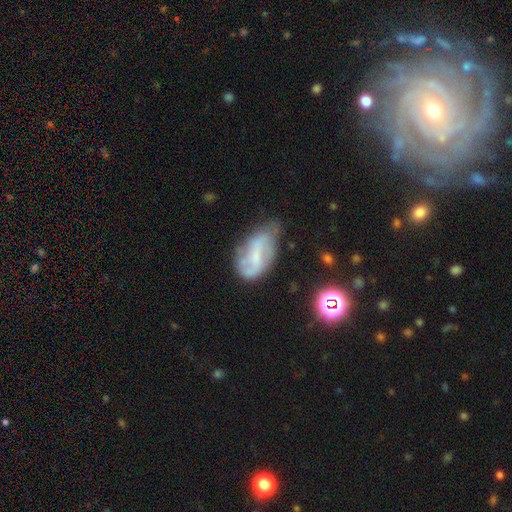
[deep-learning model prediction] This appears to be a featured or disk galaxy (56%) with a weak bar (45%), spiral arms (66%) and a small central bulge (44%). Merging: minor disturbance (39%).